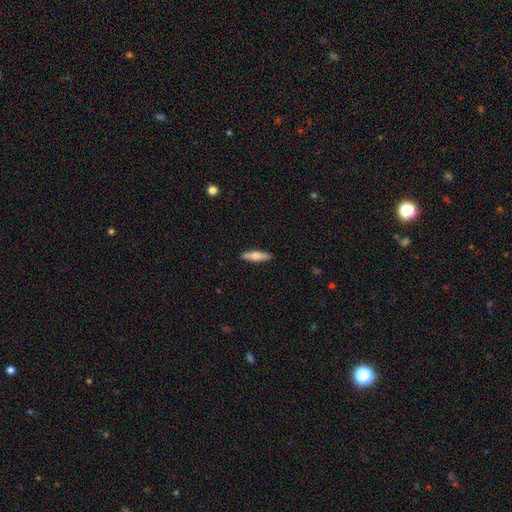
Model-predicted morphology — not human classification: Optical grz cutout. It shows a smooth galaxy with no disk features (60%) that is cigar-shaped (65%). Merging: none (89%).